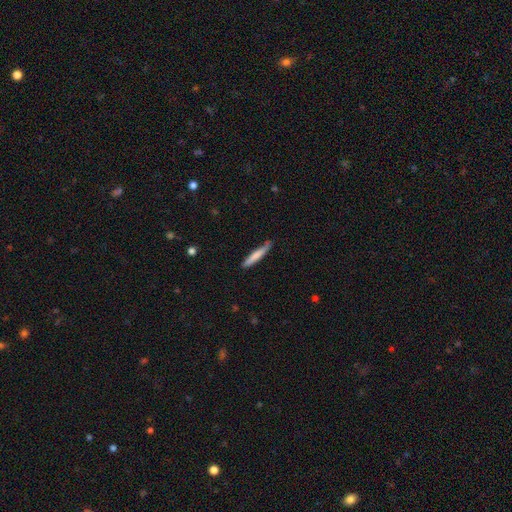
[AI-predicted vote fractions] Smooth or featured? smooth (72%)
How rounded? cigar-shaped (94%)
Merging? none (75%)